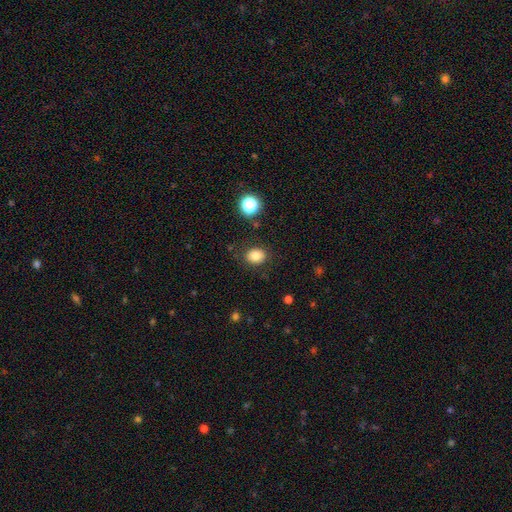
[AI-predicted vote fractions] This is clearly a smooth galaxy (81%). How rounded: possibly round (54%). Merging: clearly none (84%).